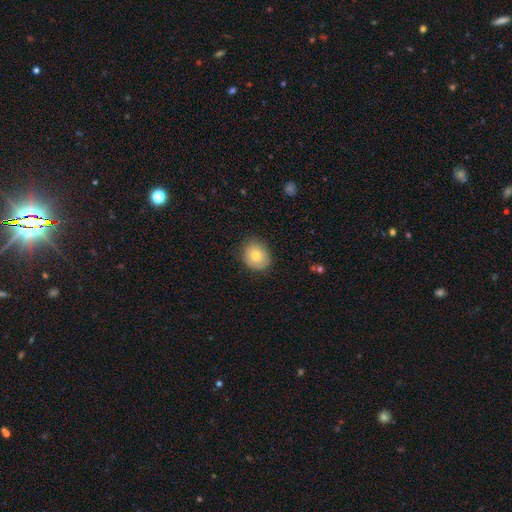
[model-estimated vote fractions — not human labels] Overall: smooth (75%). How rounded: round (66%; in between 33%). Merging: none (80%).